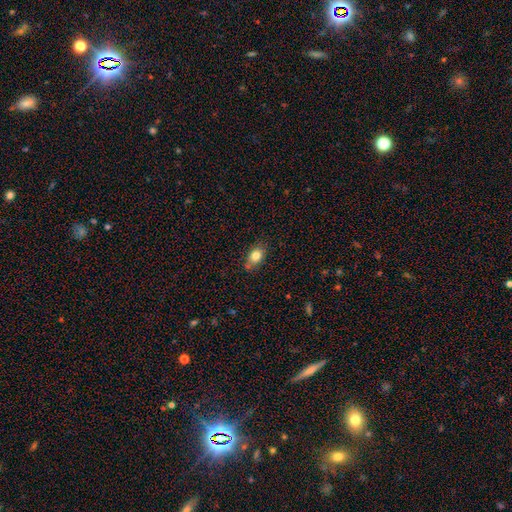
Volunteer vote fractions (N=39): smooth-or-featured: smooth: 82% | star or artifact: 10% | featured or disk: 8%
  how-rounded: in between: 88% | round: 9% | cigar-shaped: 3%
  merging: none: 77% | minor disturbance: 17% | major disturbance: 3% | merger: 3%